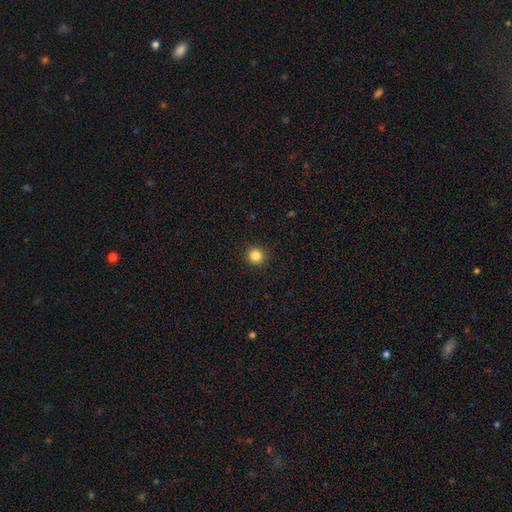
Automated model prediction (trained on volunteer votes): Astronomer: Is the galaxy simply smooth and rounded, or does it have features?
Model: smooth — 85%.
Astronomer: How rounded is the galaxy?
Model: round — 95%.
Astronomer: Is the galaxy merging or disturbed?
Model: none — 93%.